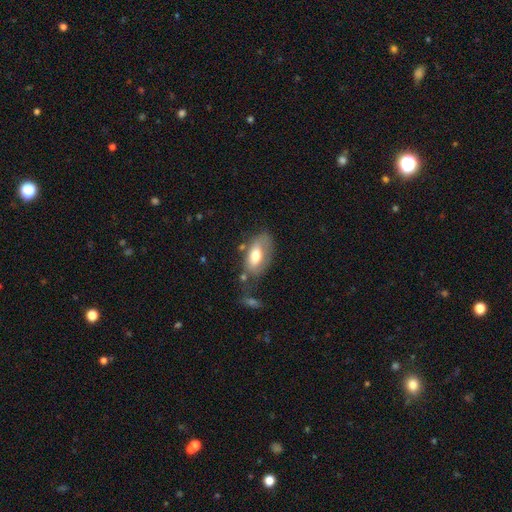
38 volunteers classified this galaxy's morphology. Q: Smooth or featured?
A: smooth (58%); runner-up: featured or disk (37%)
Q: How rounded?
A: in between (95%); runner-up: cigar-shaped (5%)
Q: Merging?
A: none (42%); runner-up: minor disturbance (33%)